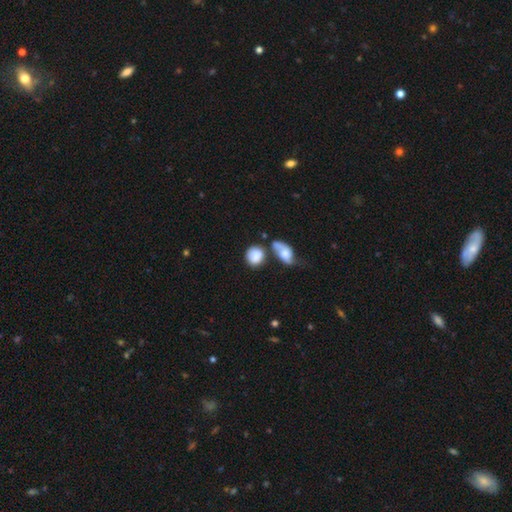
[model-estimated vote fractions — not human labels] Smooth or featured? Predicted: smooth (p=0.82). How rounded? Predicted: round (p=0.66). Merging? Predicted: none (p=0.40).